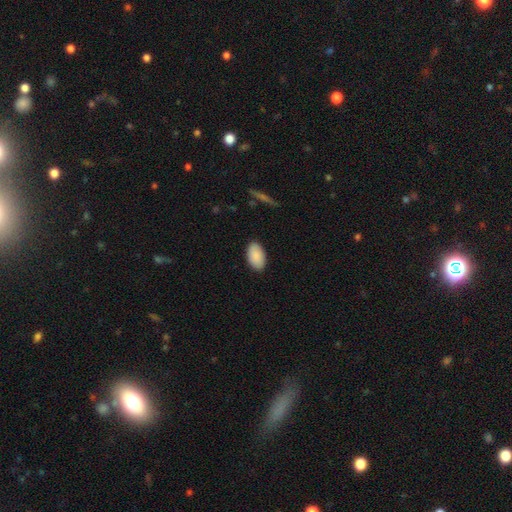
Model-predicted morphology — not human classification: Smooth or featured? Predicted: smooth (p=0.90). How rounded? Predicted: in between (p=0.95). Merging? Predicted: none (p=0.88).